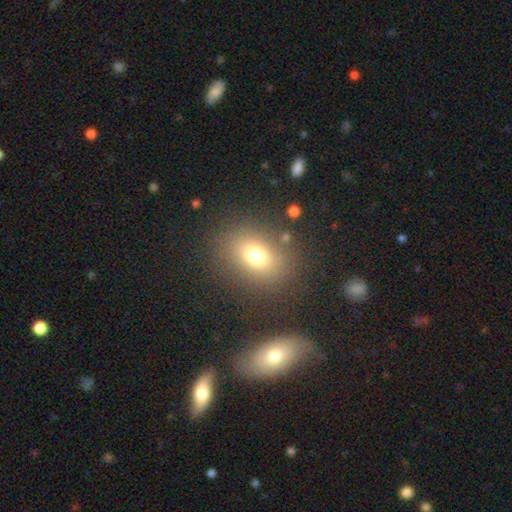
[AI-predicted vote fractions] The model was most divided on "how rounded": in between: 57%, round: 41%, cigar-shaped: 1%. More confident: merging — none (82%); smooth or featured — smooth (71%).